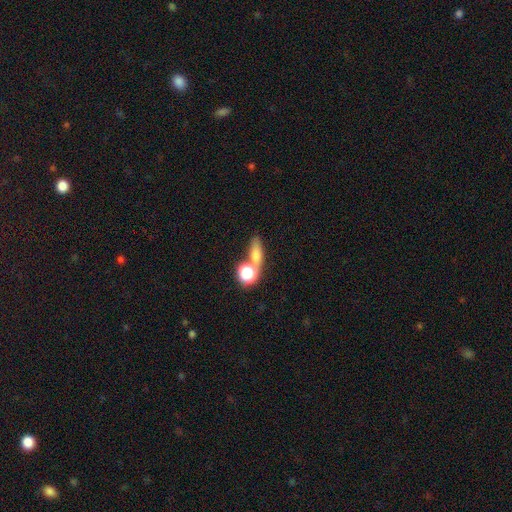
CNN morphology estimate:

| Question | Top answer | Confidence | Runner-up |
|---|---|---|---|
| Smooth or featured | smooth | 67% | star or artifact (18%) |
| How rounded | in between | 45% | round (29%) |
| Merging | none | 53% | merger (30%) |